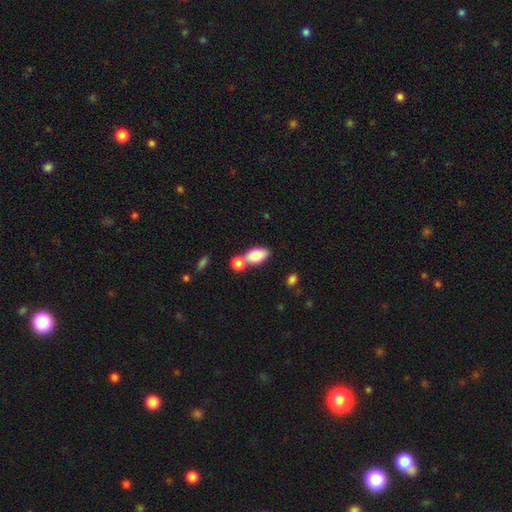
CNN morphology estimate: smooth 83%, featured or disk 10%, star or artifact 7%. Down the decision tree: how rounded — in between (91%); merging — merger (44%).